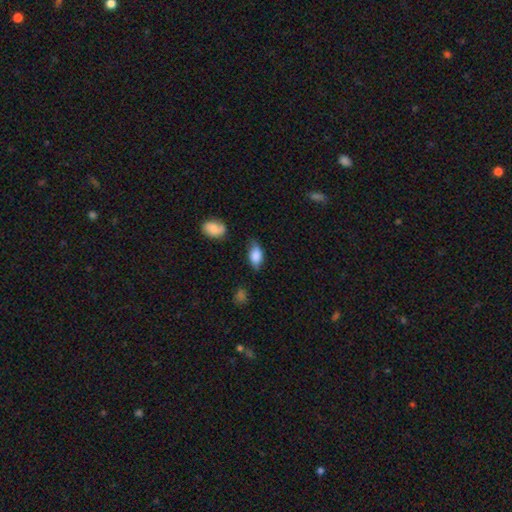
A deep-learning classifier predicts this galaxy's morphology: smooth 79%, featured or disk 13%, star or artifact 8%. Down the decision tree: how rounded — in between (89%); merging — none (58%).